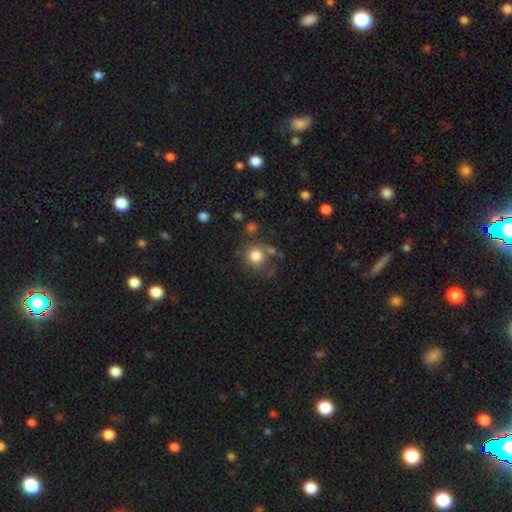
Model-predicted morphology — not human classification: smooth-or-featured: smooth: 81% | star or artifact: 12% | featured or disk: 8%
  how-rounded: round: 88% | in between: 11% | cigar-shaped: 1%
  merging: none: 72% | minor disturbance: 13% | merger: 10% | major disturbance: 5%